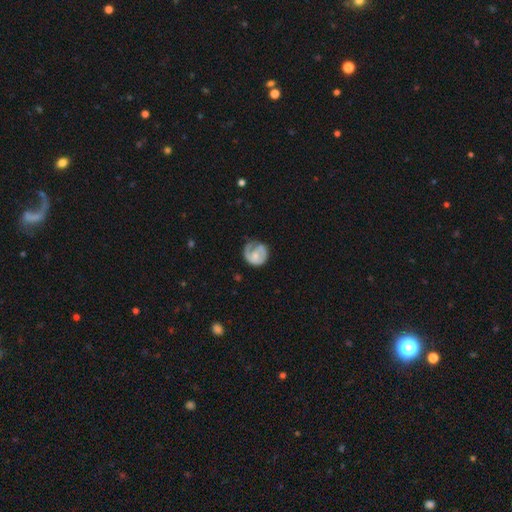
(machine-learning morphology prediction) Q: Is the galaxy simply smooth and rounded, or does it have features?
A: featured or disk — 62%.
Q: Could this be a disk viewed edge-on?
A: no — 98%.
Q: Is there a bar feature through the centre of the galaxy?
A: no — 68%.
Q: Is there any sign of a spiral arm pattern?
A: yes — 82%.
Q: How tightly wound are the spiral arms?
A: tight — 52%.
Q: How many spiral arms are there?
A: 1 — 53%.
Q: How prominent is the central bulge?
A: small — 46%.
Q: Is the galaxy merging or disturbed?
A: none — 51%.